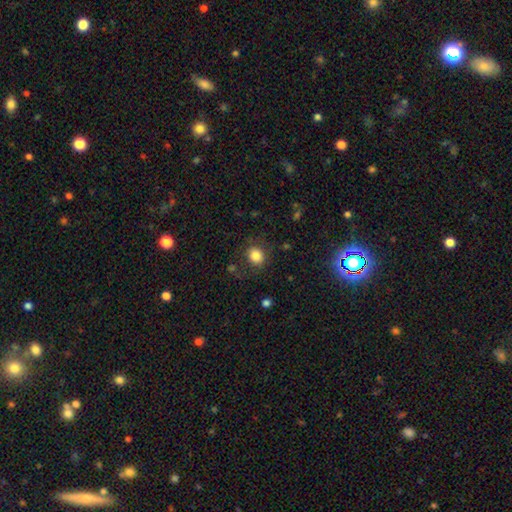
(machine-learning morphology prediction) A smooth galaxy with no disk features (83%) that is round (72%). Merging: none (80%).